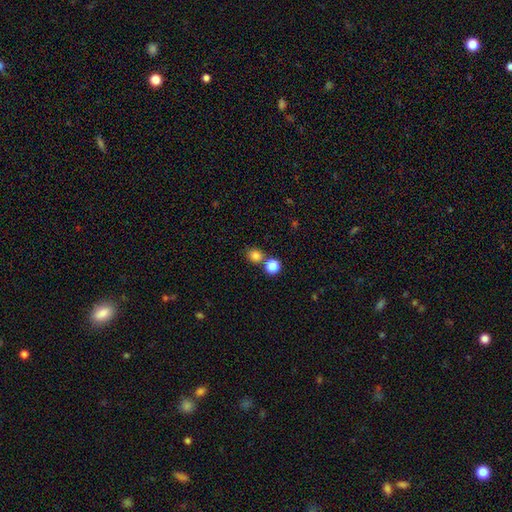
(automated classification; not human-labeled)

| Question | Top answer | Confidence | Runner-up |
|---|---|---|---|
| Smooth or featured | smooth | 80% | star or artifact (14%) |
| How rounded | round | 78% | in between (21%) |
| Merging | none | 70% | merger (18%) |